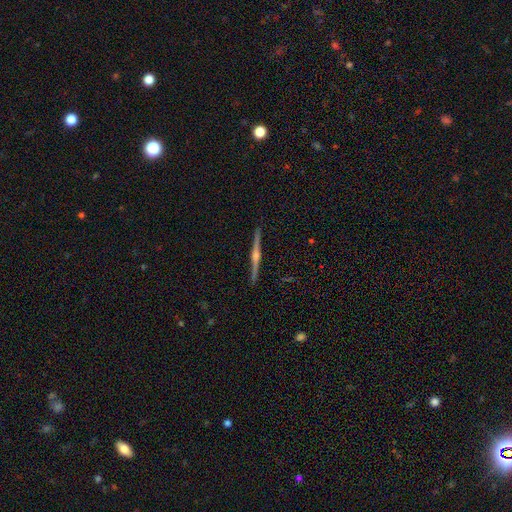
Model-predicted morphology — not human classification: Overall: featured or disk (85%). Edge-on disk: yes (99%). Edge-on bulge: rounded (88%). Merging: none (93%).